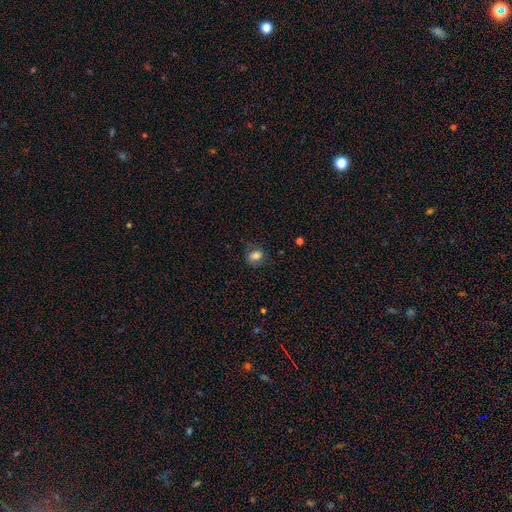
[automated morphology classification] smooth 78%, featured or disk 12%, star or artifact 10%. Down the decision tree: how rounded — in between (52%); merging — none (74%).